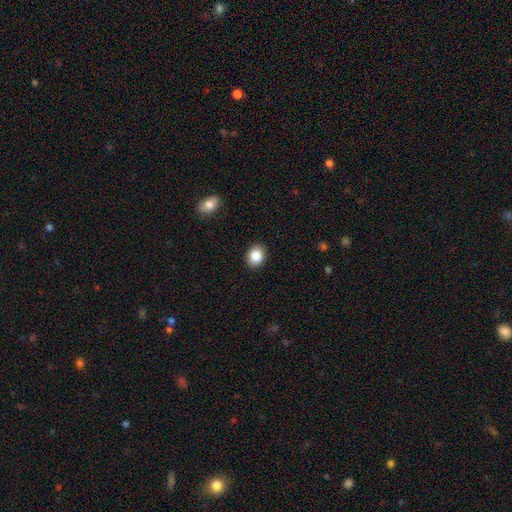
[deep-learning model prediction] Smooth or featured?
  - smooth: 86% *
  - star or artifact: 9%
  - featured or disk: 5%
How rounded?
  - round: 50% *
  - in between: 49%
  - cigar-shaped: 1%
Merging?
  - none: 90% *
  - minor disturbance: 7%
  - major disturbance: 2%
  - merger: 1%